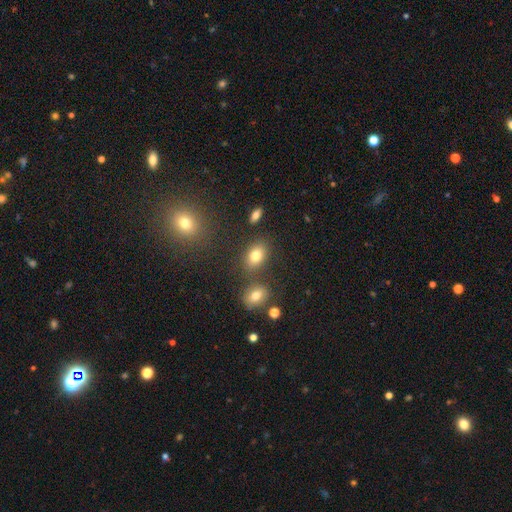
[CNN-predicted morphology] A smooth galaxy with no disk features (78%) that is in between round and cigar-shaped (78%). Merging: none (74%).